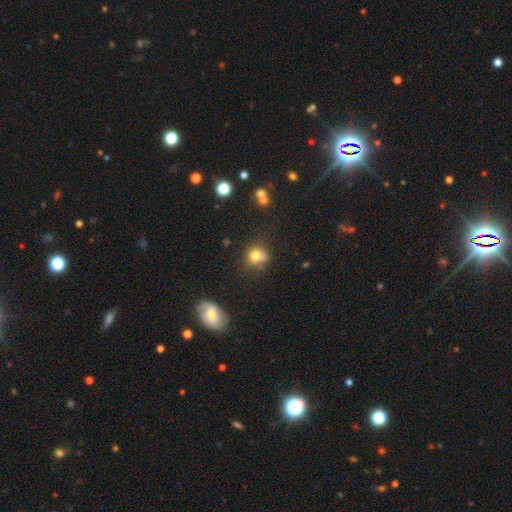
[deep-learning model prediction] The model was most divided on "merging": none: 57%, minor disturbance: 20%, merger: 16%, major disturbance: 7%. More confident: how rounded — round (78%); smooth or featured — smooth (76%).